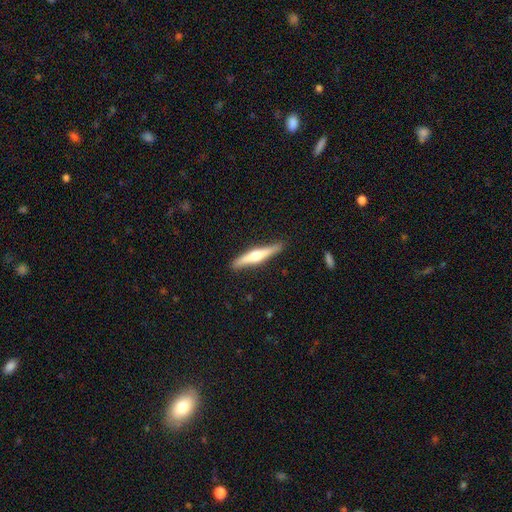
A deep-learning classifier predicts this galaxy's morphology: Smooth or featured: featured or disk — 59% (smooth — 36%)
Edge-on disk: yes — 96% (no — 4%)
Edge-on bulge: rounded — 90% (boxy — 5%)
Merging: none — 88% (minor disturbance — 9%)